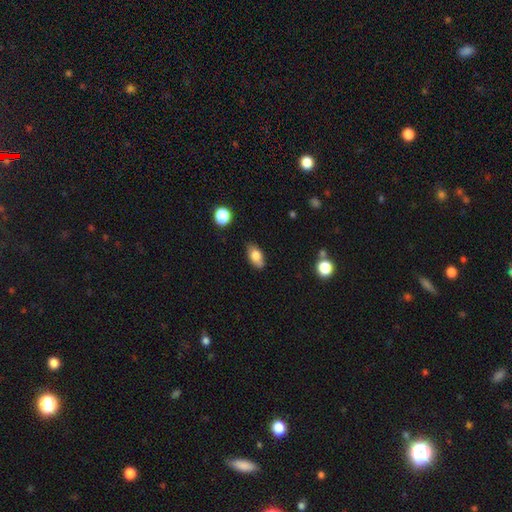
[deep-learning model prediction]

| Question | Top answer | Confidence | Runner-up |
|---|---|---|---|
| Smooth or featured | smooth | 79% | featured or disk (13%) |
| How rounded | in between | 89% | round (7%) |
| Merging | none | 77% | minor disturbance (18%) |